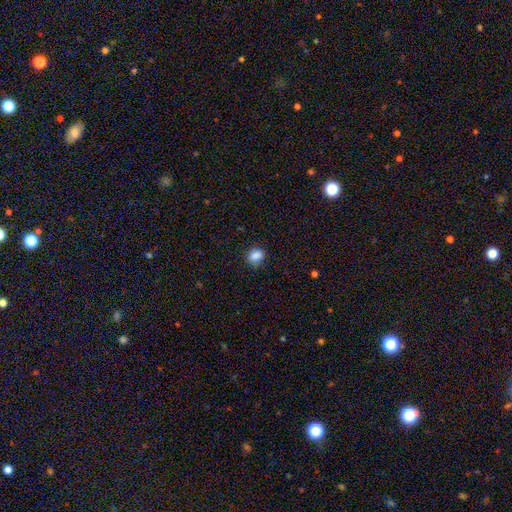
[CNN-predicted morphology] type=smooth (87%); roundness=in between (50%); merging=none (82%).